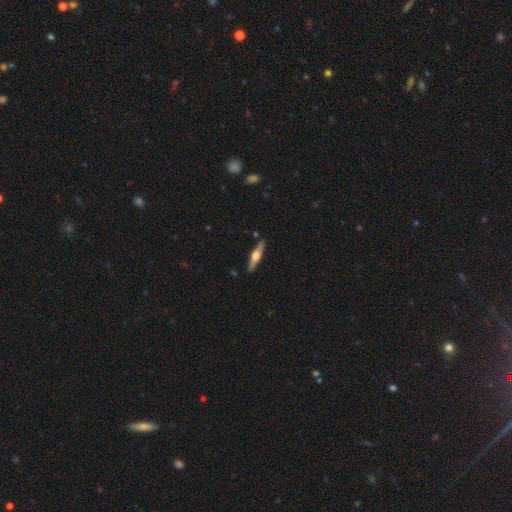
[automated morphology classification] Smooth or featured: featured or disk — 64% (smooth — 30%)
Edge-on disk: yes — 96% (no — 4%)
Edge-on bulge: rounded — 91% (boxy — 7%)
Merging: none — 89% (minor disturbance — 8%)